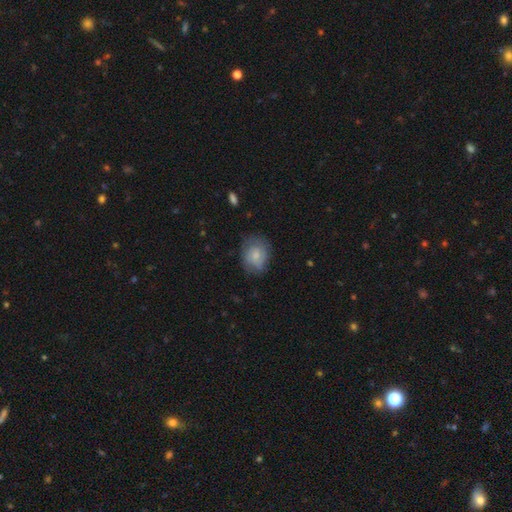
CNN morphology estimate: Smooth or featured? smooth (60%)
How rounded? round (50%)
Merging? none (69%)